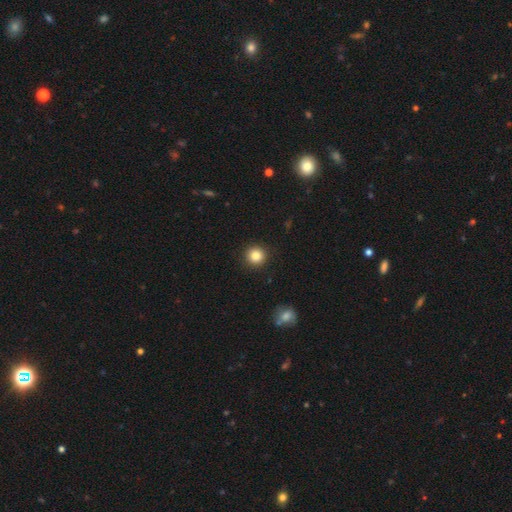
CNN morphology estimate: smooth 85%, star or artifact 11%, featured or disk 5%. Down the decision tree: how rounded — round (94%); merging — none (92%).